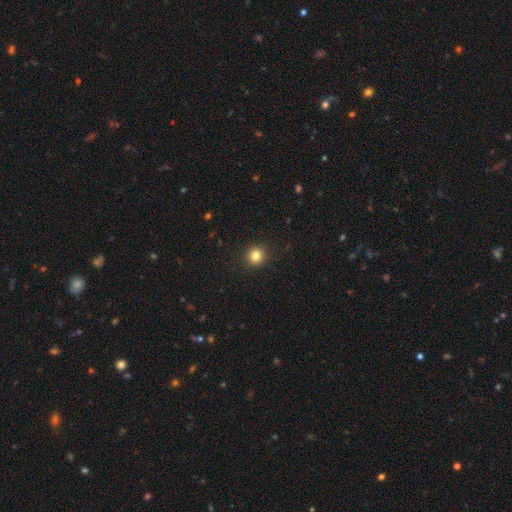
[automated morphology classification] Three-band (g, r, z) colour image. It shows a smooth galaxy with no disk features (83%) that is round (90%). Merging: none (92%).